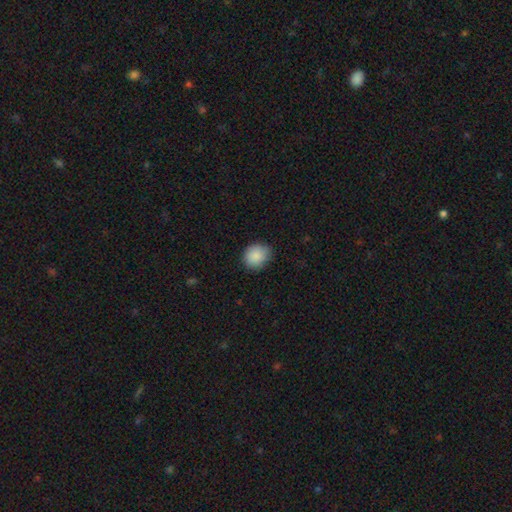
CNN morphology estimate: Smooth or featured? Predicted: smooth (p=0.89). How rounded? Predicted: round (p=0.72). Merging? Predicted: none (p=0.83).